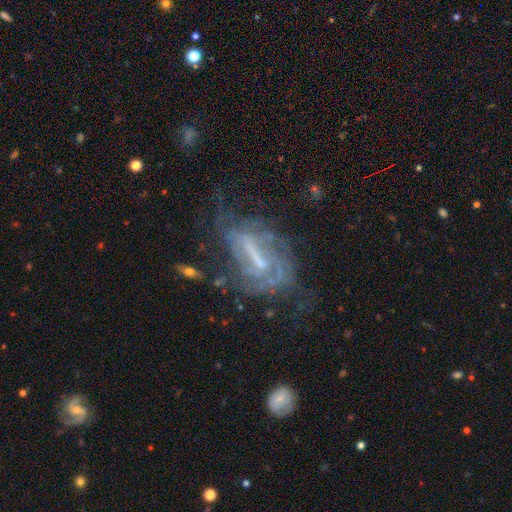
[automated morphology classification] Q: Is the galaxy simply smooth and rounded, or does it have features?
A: featured or disk — 78%.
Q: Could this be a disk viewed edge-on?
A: no — 90%.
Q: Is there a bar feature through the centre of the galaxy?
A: strong — 51%.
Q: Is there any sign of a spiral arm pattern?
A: yes — 78%.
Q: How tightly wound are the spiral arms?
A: tight — 42%.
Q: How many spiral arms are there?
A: can't tell — 44%.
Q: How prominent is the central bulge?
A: small — 40%.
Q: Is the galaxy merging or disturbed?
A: none — 46%.